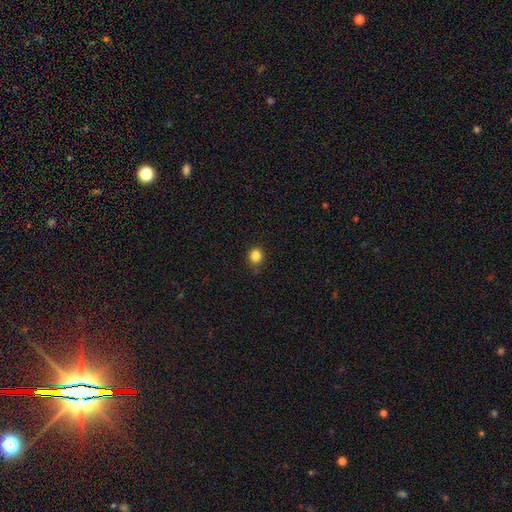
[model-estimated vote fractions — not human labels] This is clearly a smooth galaxy (85%). How rounded: clearly round (85%). Merging: clearly none (86%).